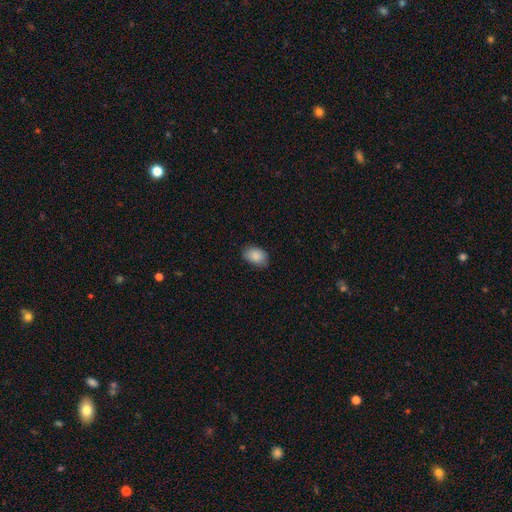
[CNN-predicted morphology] Smooth or featured? Predicted: smooth (p=0.88). How rounded? Predicted: in between (p=0.85). Merging? Predicted: none (p=0.77).